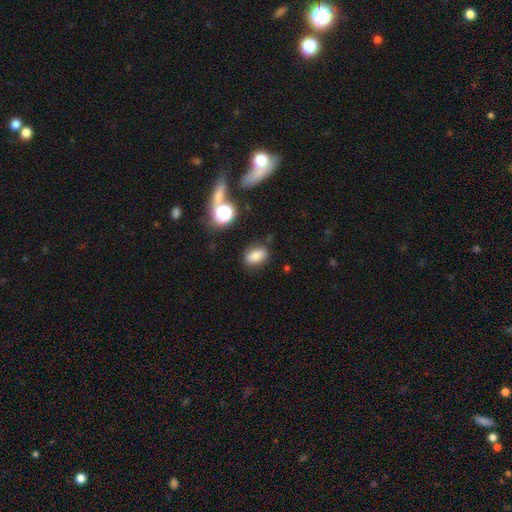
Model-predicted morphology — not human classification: smooth_or_featured: smooth (p=0.80) [alt: star or artifact p=0.12]
how_rounded: in between (p=0.82) [alt: round p=0.16]
merging: none (p=0.79) [alt: minor disturbance p=0.14]